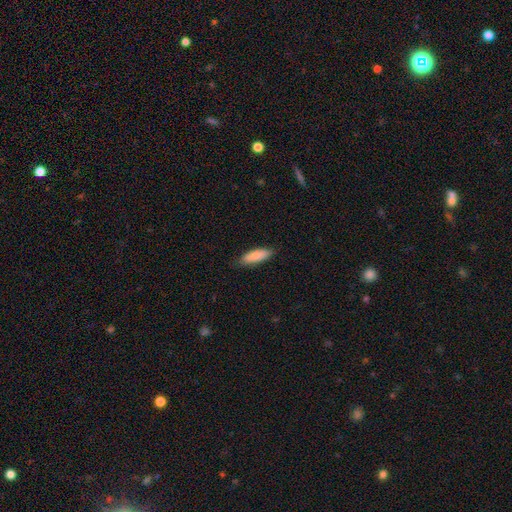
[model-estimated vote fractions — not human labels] smooth_or_featured: smooth (p=0.82) [alt: featured or disk p=0.12]
how_rounded: in between (p=0.57) [alt: cigar-shaped p=0.42]
merging: none (p=0.83) [alt: minor disturbance p=0.14]